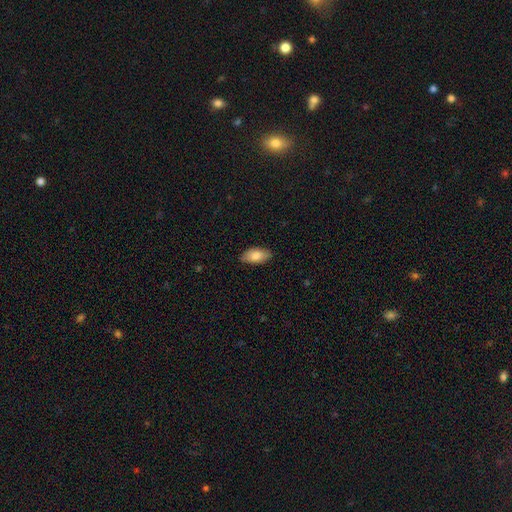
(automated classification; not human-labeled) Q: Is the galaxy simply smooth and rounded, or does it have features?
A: smooth — 82%.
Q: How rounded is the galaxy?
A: in between — 91%.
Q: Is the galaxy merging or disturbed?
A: none — 85%.